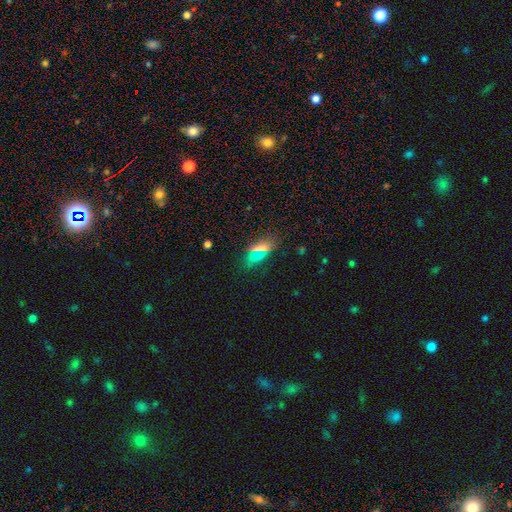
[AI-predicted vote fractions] Morphology: type=smooth (60%); roundness=in between (70%); merging=none (79%).